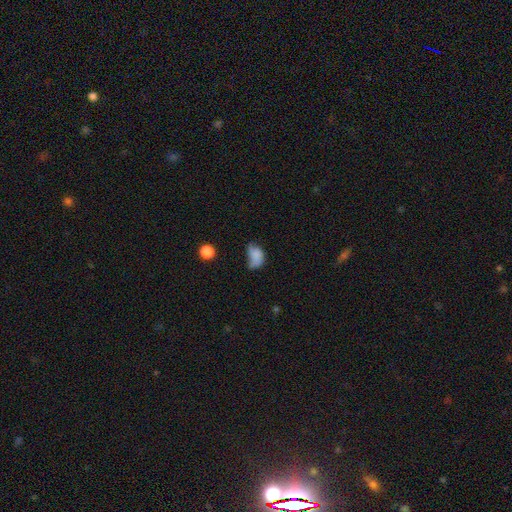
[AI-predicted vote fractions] Smooth or featured: smooth — 69% (featured or disk — 19%)
How rounded: in between — 82% (round — 16%)
Merging: minor disturbance — 35% (major disturbance — 31%)